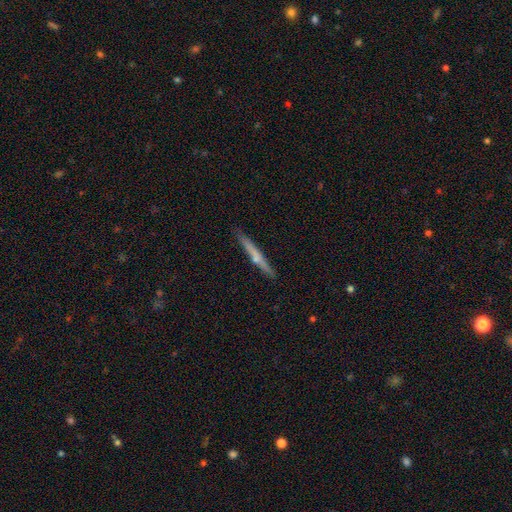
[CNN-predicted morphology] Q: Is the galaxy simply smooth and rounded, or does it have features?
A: featured or disk — 48%.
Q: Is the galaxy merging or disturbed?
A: none — 87%.